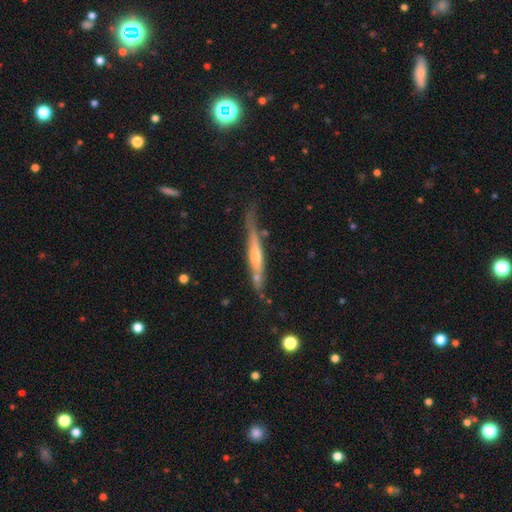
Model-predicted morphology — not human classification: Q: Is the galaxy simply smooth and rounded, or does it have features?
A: featured or disk — 59%.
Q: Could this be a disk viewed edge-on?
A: yes — 92%.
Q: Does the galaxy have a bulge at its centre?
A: rounded — 51%.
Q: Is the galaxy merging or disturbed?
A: none — 61%.